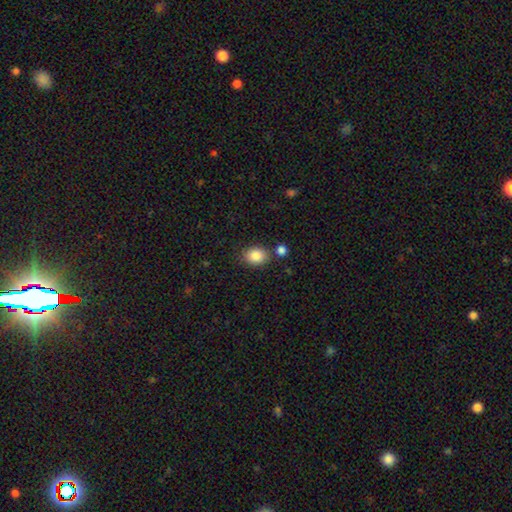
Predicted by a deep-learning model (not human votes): The model was most divided on "how rounded": in between: 57%, round: 42%, cigar-shaped: 1%. More confident: smooth or featured — smooth (85%); merging — none (75%).